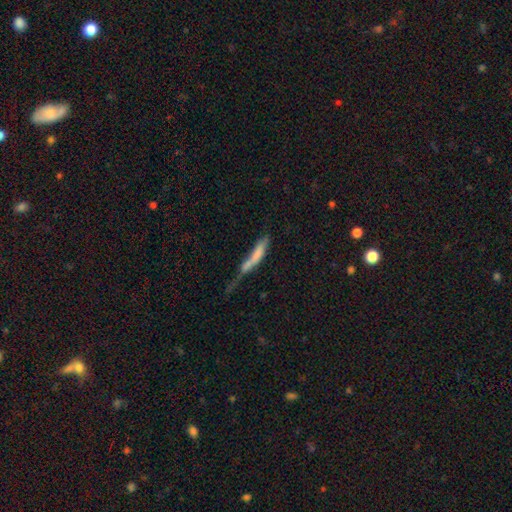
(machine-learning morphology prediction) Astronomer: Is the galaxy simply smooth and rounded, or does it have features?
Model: smooth — 57% (runner-up: featured or disk, 34%).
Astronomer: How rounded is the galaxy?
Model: cigar-shaped — 86%.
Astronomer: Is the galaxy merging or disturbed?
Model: merger — 33% (runner-up: major disturbance, 26%).